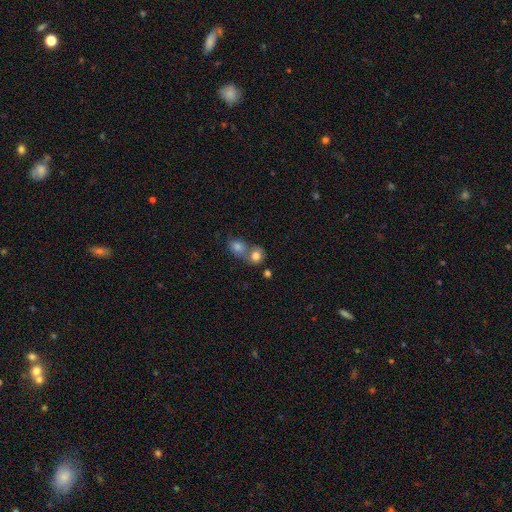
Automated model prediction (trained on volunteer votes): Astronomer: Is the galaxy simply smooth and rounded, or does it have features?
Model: smooth — 80%.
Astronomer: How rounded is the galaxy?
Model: round — 78%.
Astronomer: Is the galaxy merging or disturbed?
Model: merger — 57% (runner-up: none, 33%).